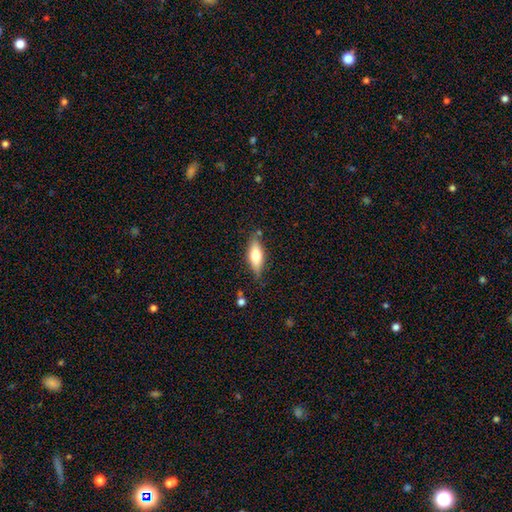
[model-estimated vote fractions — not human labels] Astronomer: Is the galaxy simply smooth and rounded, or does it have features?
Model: smooth — 63%.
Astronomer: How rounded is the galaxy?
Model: in between — 65%.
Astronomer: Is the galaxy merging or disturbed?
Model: none — 79%.